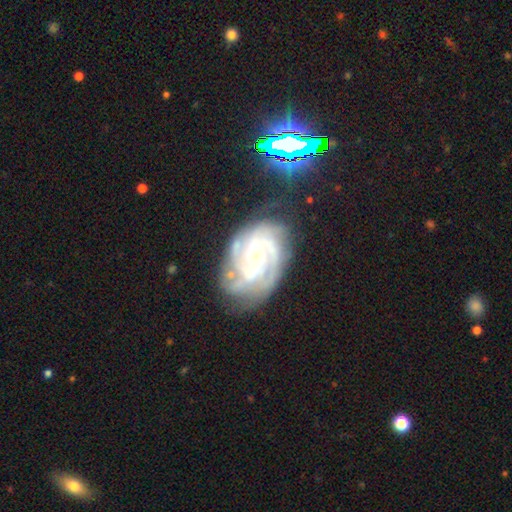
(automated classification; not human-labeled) A featured or disk galaxy (89%) with no bar (57%), 3 (33%) tight (59%) spiral arms (98%) and a small central bulge (58%).

Vote fractions:
- Smooth or featured? featured or disk: 89% / star or artifact: 6% / smooth: 5%
- Edge-on disk? no: 98% / yes: 2%
- Bar? no: 57% / weak: 33% / strong: 10%
- Spiral arms? yes: 98% / no: 2%
- Spiral winding? tight: 59% / medium: 35% / loose: 6%
- Spiral arm count? 3: 33% / 2: 29% / can't tell: 15% / 4: 12% / more than 4: 5% / 1: 5%
- Bulge size? small: 58% / moderate: 37% / large: 2% / none: 2% / dominant: 1%
- Merging? none: 68% / minor disturbance: 21% / major disturbance: 8% / merger: 3%